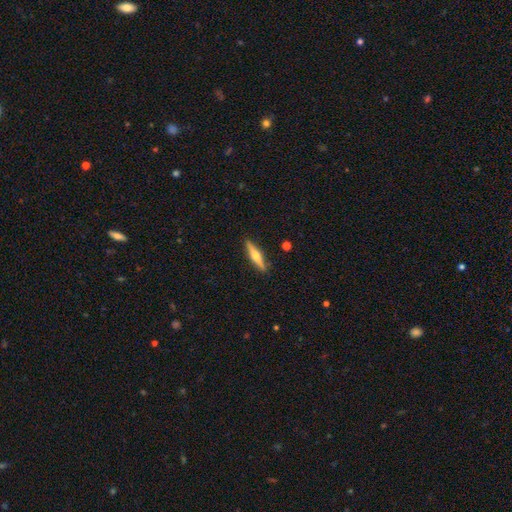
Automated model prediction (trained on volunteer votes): Morphology: type=featured or disk (60%); edge-on=yes (97%); edge-on bulge=rounded (90%); merging=none (90%).